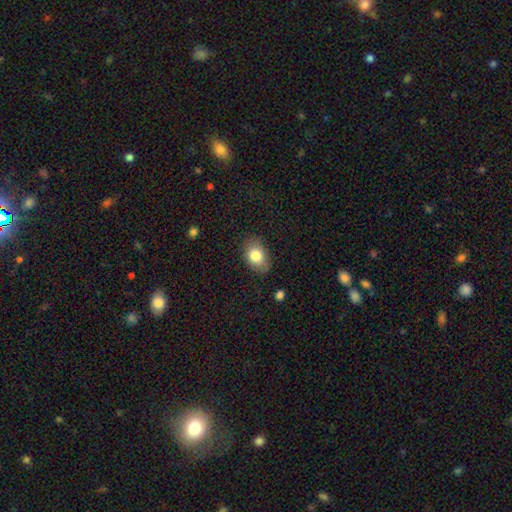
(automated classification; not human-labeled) Smooth or featured? smooth (81%)
How rounded? in between (80%)
Merging? none (78%)